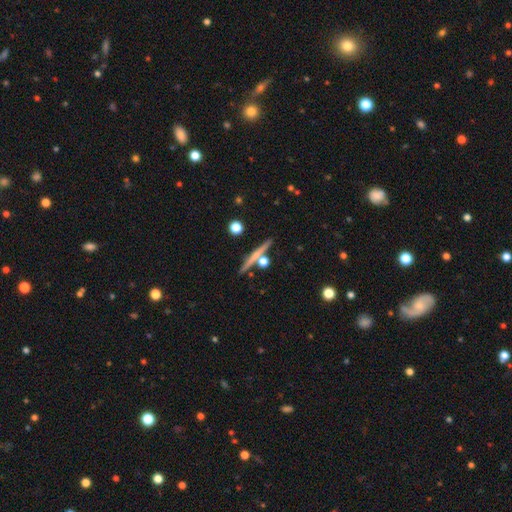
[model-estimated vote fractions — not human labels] Smooth or featured? Predicted: featured or disk (p=0.52). Edge-on disk? Predicted: yes (p=0.95). Merging? Predicted: none (p=0.79).